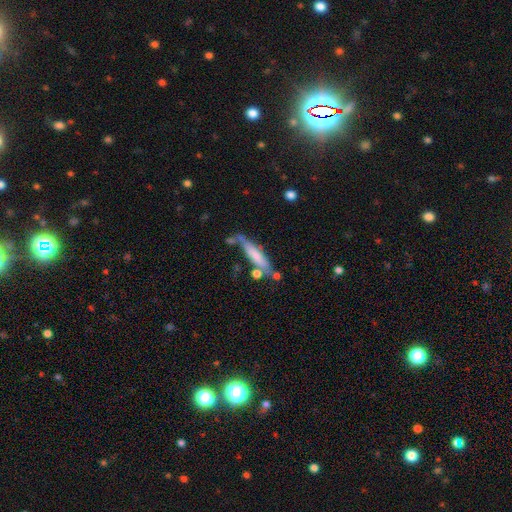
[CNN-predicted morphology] The model was most divided on "merging": none: 53%, minor disturbance: 22%, merger: 15%, major disturbance: 10%. More confident: how rounded — cigar-shaped (83%); smooth or featured — smooth (63%).